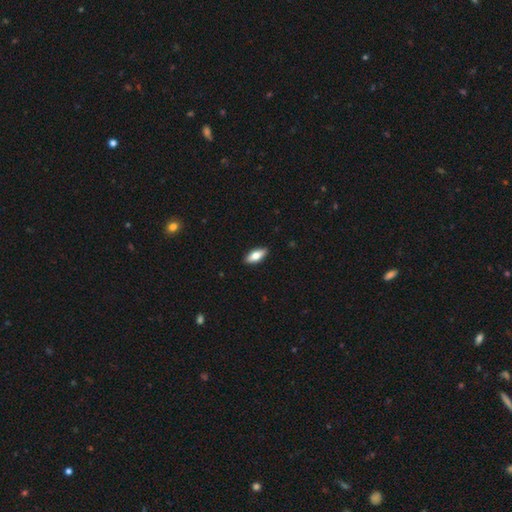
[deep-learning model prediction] Smooth or featured? Predicted: smooth (p=0.69). How rounded? Predicted: in between (p=0.74). Merging? Predicted: none (p=0.90).